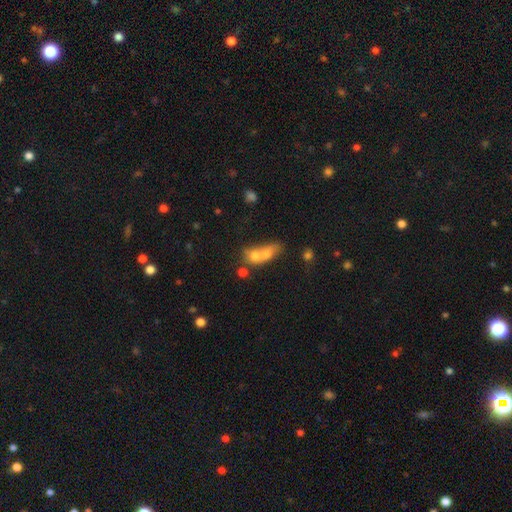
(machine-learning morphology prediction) smooth 65%, featured or disk 23%, star or artifact 12%. Down the decision tree: how rounded — in between (52%); merging — merger (71%).